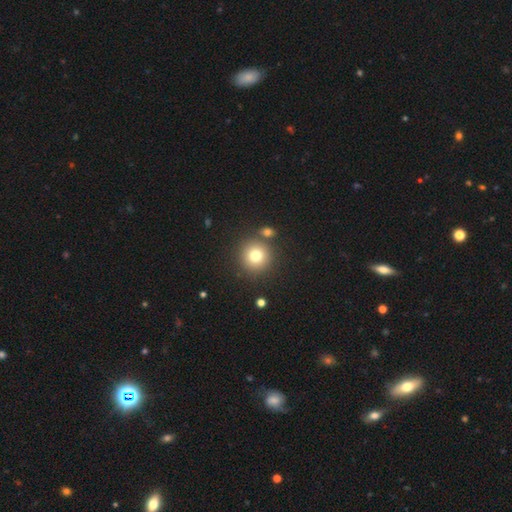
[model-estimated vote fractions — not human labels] Overall: smooth (76%). How rounded: round (94%). Merging: none (81%).